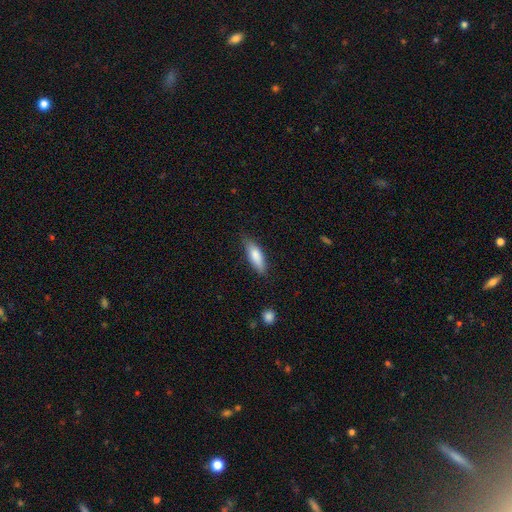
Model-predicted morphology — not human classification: This is clearly a smooth galaxy (80%). How rounded: possibly in between (54%). Merging: likely none (76%).